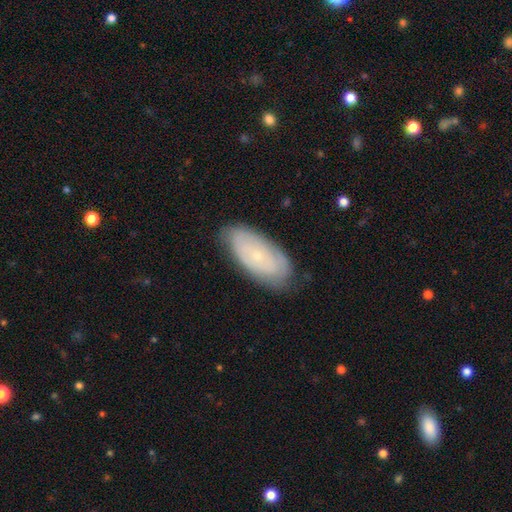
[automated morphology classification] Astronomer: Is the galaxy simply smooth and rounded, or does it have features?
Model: featured or disk — 46% (runner-up: smooth, 42%).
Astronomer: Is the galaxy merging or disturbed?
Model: none — 81%.